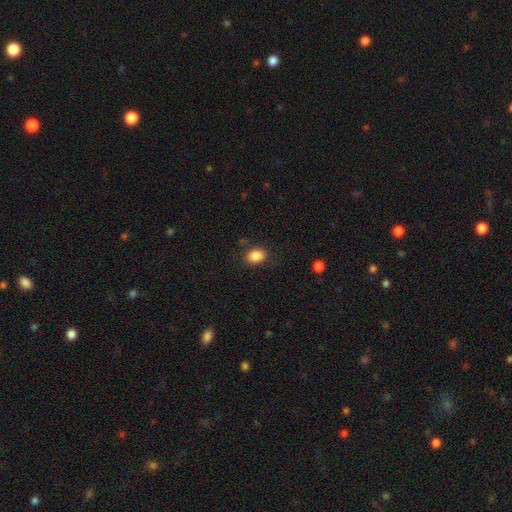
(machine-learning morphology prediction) Smooth or featured? smooth (86%)
How rounded? in between (63%)
Merging? none (83%)